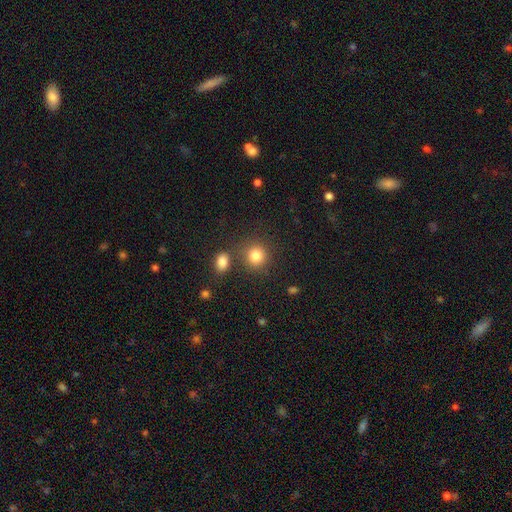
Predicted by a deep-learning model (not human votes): Smooth or featured? Predicted: smooth (p=0.82). How rounded? Predicted: round (p=0.87). Merging? Predicted: none (p=0.75).